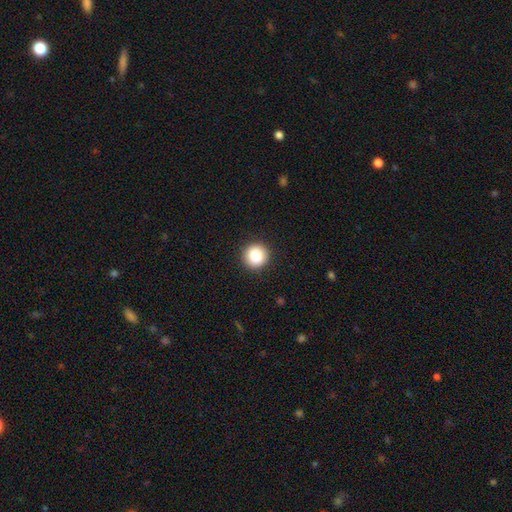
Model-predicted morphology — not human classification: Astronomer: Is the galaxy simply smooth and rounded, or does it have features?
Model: smooth — 87%.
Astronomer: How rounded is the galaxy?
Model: round — 95%.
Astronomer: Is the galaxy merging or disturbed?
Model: none — 92%.